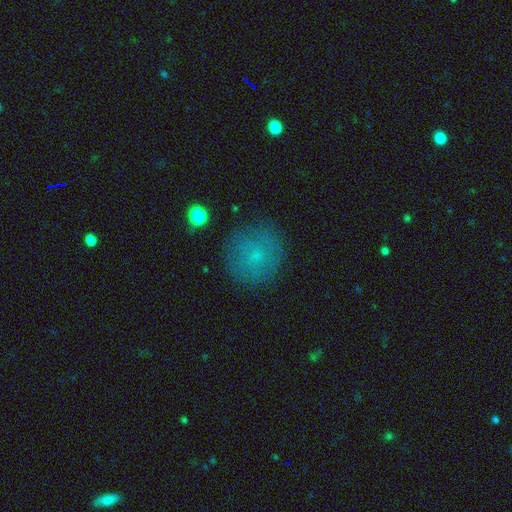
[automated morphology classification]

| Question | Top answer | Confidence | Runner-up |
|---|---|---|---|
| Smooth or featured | smooth | 68% | featured or disk (17%) |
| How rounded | round | 91% | in between (8%) |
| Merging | none | 83% | minor disturbance (12%) |